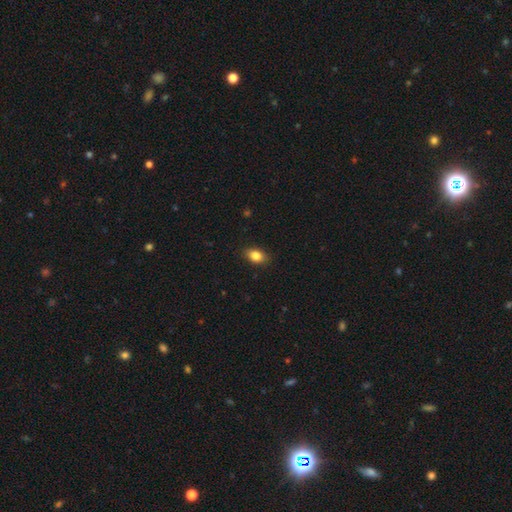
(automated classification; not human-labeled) Smooth or featured: smooth — 85% (star or artifact — 9%)
How rounded: in between — 83% (round — 15%)
Merging: none — 87% (minor disturbance — 10%)